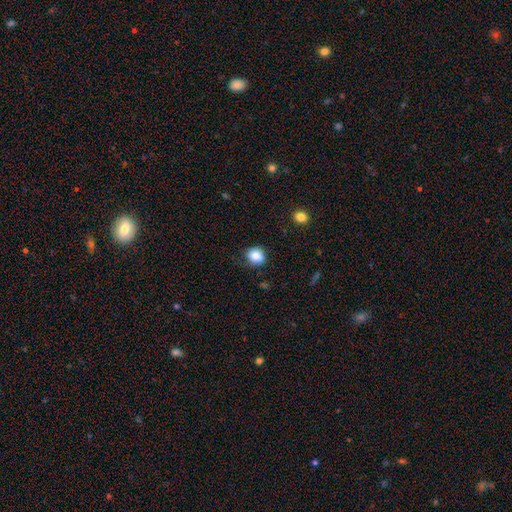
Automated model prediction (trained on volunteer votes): Morphology: type=smooth (83%); roundness=round (80%); merging=none (80%).